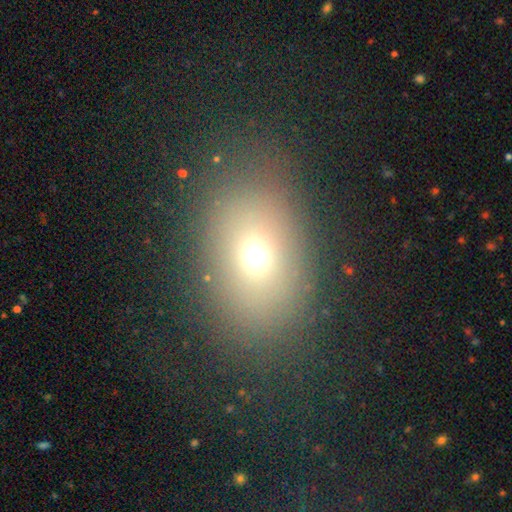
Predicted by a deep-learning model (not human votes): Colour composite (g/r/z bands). It shows a smooth galaxy with no disk features (67%) that is in between round and cigar-shaped (67%). Merging: none (80%).